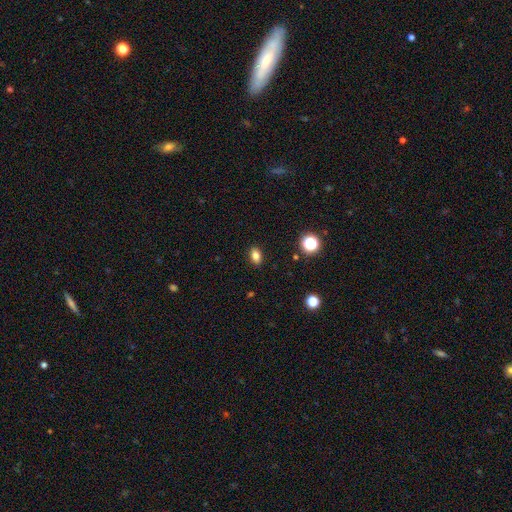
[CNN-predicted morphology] Overall: smooth (80%). How rounded: in between (83%). Merging: none (89%).